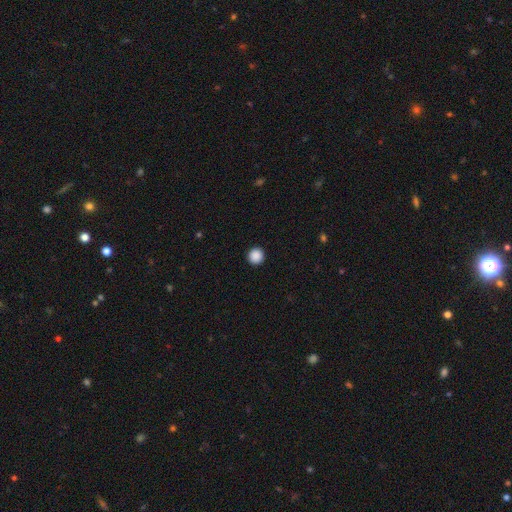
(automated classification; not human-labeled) This is clearly a smooth galaxy (89%). How rounded: clearly round (96%). Merging: clearly none (94%).